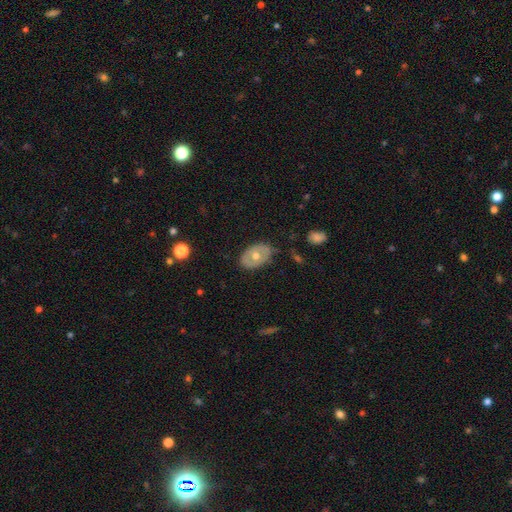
This appears to be a featured or disk galaxy (68%) with no bar (100%), no spiral arms (96%) and a moderate central bulge (88%). Merging: none (78%).